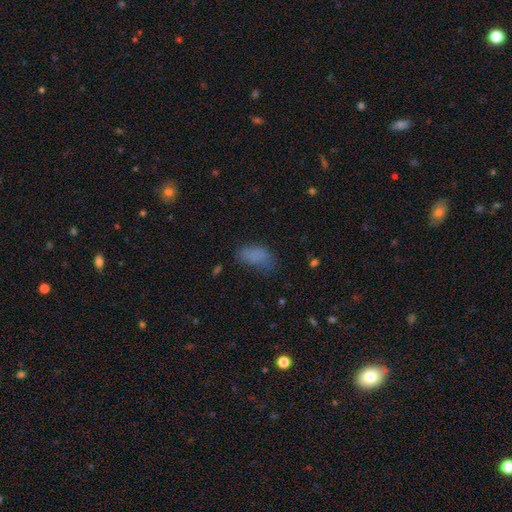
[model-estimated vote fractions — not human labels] The model was most divided on "merging": none: 57%, minor disturbance: 27%, major disturbance: 14%, merger: 2%. More confident: how rounded — in between (91%); smooth or featured — smooth (78%).